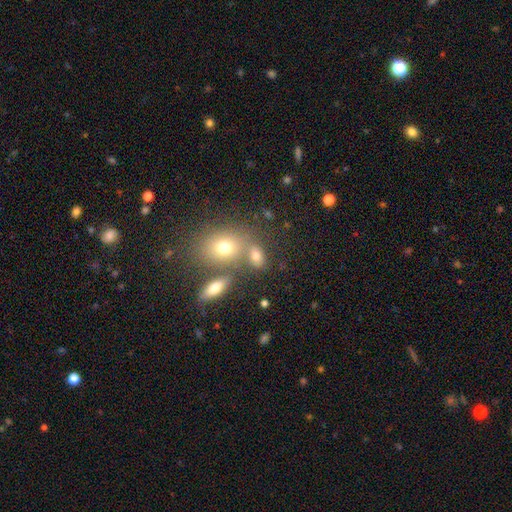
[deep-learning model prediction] Smooth or featured: smooth — 72% (star or artifact — 15%)
How rounded: in between — 71% (round — 26%)
Merging: none — 55% (merger — 28%)